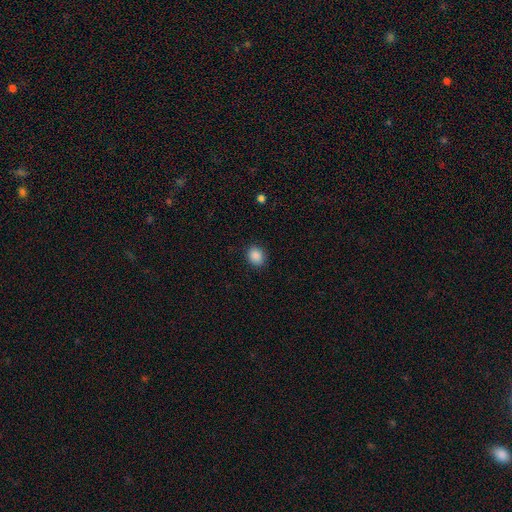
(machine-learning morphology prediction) Smooth or featured? Predicted: smooth (p=0.88). How rounded? Predicted: round (p=0.58). Merging? Predicted: none (p=0.88).